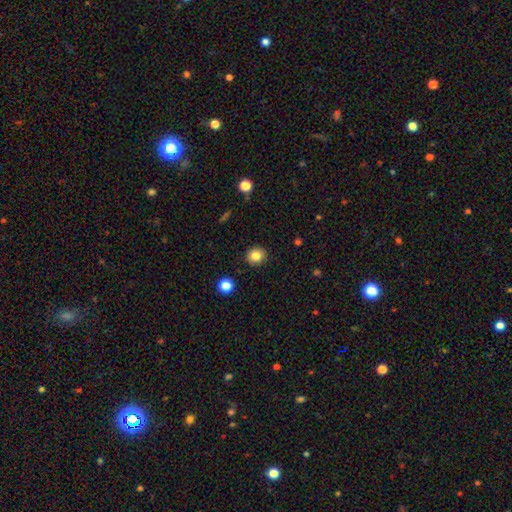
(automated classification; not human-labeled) Smooth or featured? Predicted: smooth (p=0.82). How rounded? Predicted: round (p=0.85). Merging? Predicted: none (p=0.91).